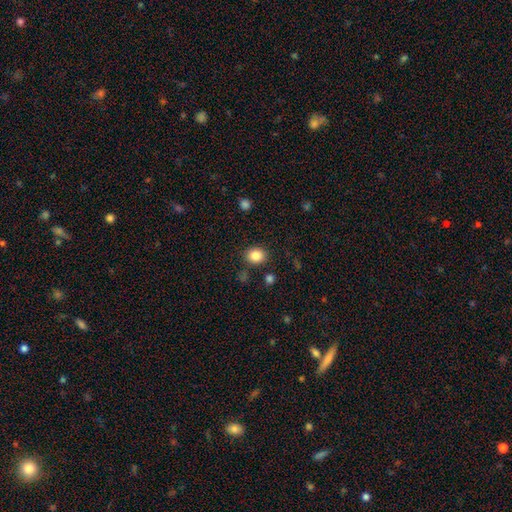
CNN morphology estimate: This is clearly a smooth galaxy (85%). How rounded: likely round (62%). Merging: clearly none (86%).